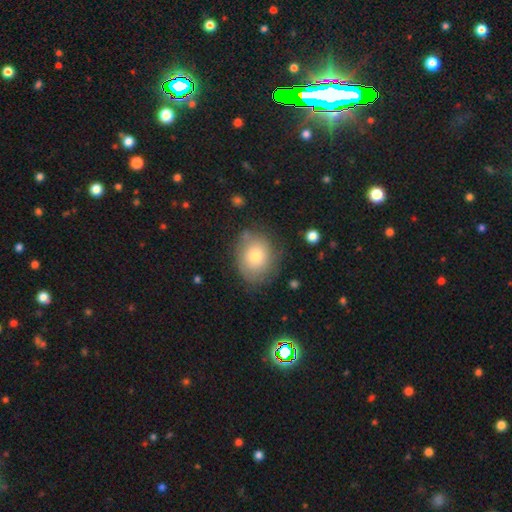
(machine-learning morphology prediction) smooth-or-featured: smooth: 72% | featured or disk: 18% | star or artifact: 10%
  how-rounded: round: 59% | in between: 40% | cigar-shaped: 1%
  merging: none: 73% | minor disturbance: 18% | major disturbance: 6% | merger: 2%